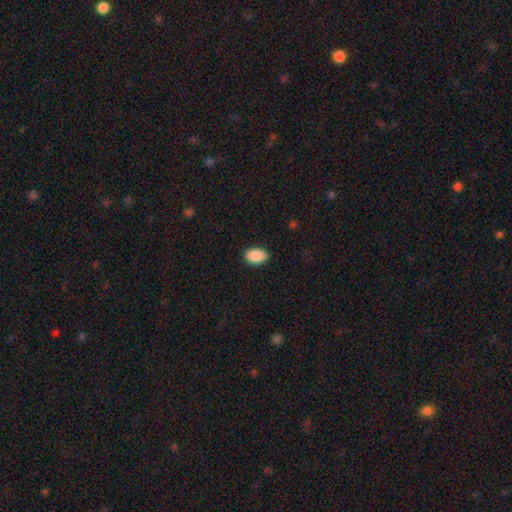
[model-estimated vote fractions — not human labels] Smooth or featured? Predicted: smooth (p=0.90). How rounded? Predicted: in between (p=0.90). Merging? Predicted: none (p=0.89).